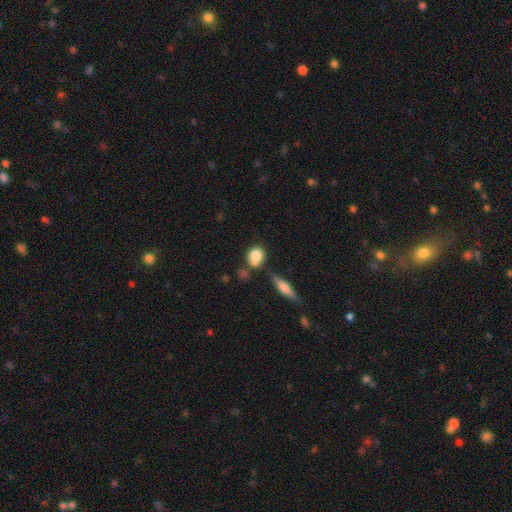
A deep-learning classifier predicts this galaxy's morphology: A smooth galaxy with no disk features (81%) that is round (49%). Merging: none (55%).